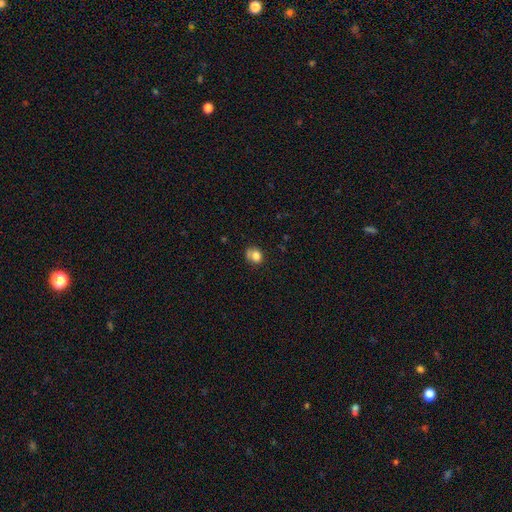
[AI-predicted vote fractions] The model was most divided on "how rounded": round: 61%, in between: 38%, cigar-shaped: 1%. Remaining: smooth or featured — smooth (78%); merging — none (48%).